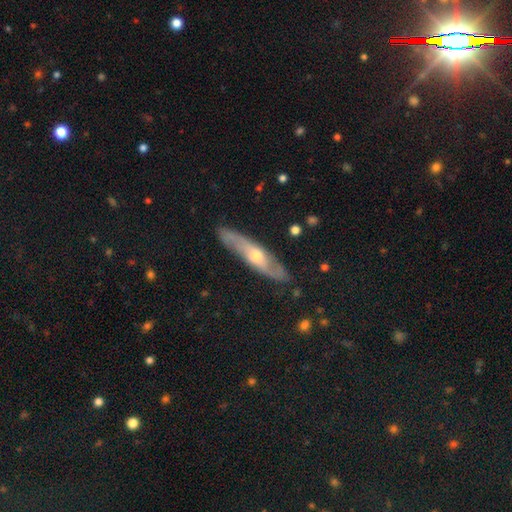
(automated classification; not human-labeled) smooth_or_featured: featured or disk (p=0.67) [alt: smooth p=0.28]
disk_edge_on: yes (p=0.50) [tied with: no p=0.50]
merging: none (p=0.84) [alt: minor disturbance p=0.12]